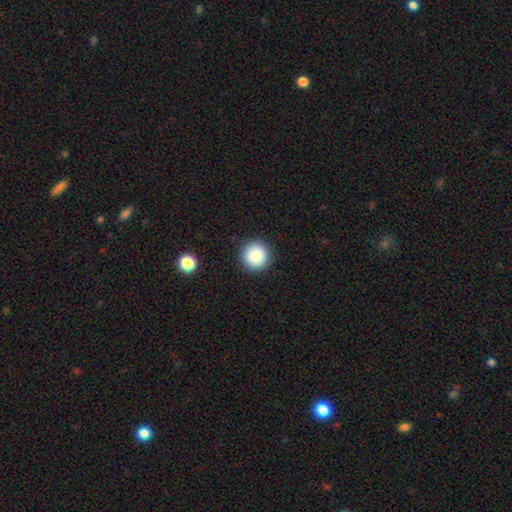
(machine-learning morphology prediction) The model was most divided on "smooth or featured": smooth: 85%, star or artifact: 9%, featured or disk: 6%. More confident: how rounded — round (95%); merging — none (92%).